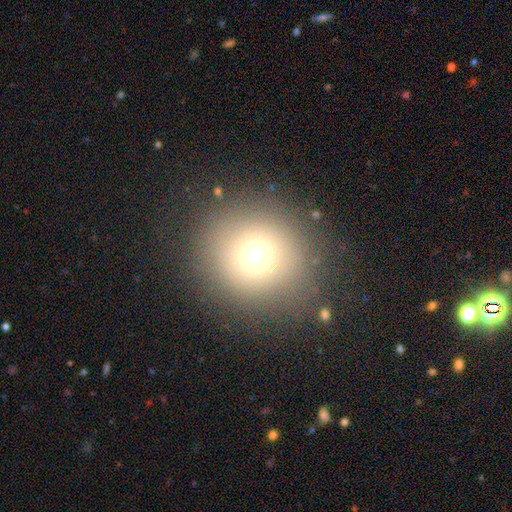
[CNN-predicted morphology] This appears to be a smooth galaxy with no disk features (67%) that is round (89%). Merging: none (85%).